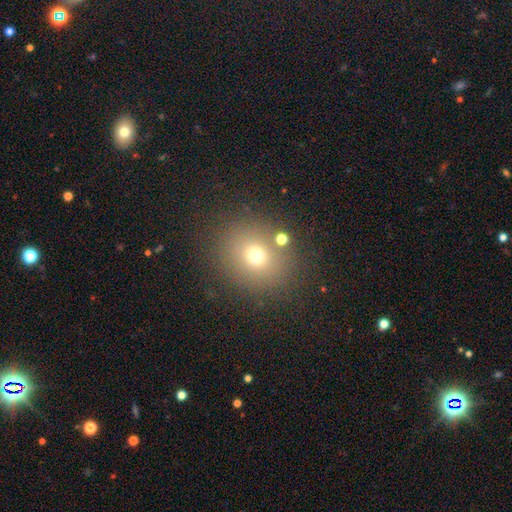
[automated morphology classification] smooth-or-featured: smooth: 67% | star or artifact: 20% | featured or disk: 13%
  how-rounded: round: 74% | in between: 25% | cigar-shaped: 1%
  merging: none: 80% | minor disturbance: 9% | merger: 6% | major disturbance: 5%